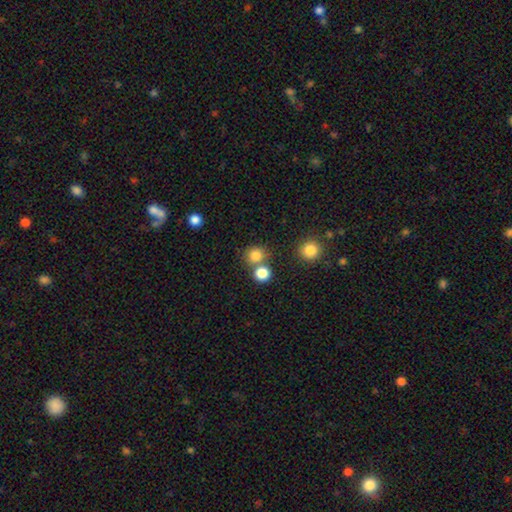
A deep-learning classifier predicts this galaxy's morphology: Overall: smooth (80%). How rounded: round (87%). Merging: none (66%).